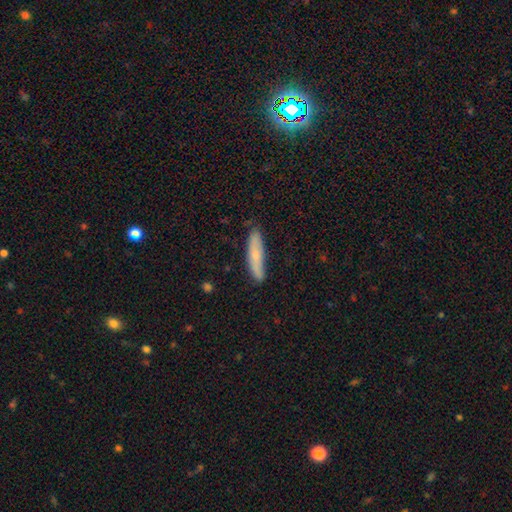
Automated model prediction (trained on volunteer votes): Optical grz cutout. It shows a smooth galaxy with no disk features (71%) that is cigar-shaped (84%). Merging: none (83%).